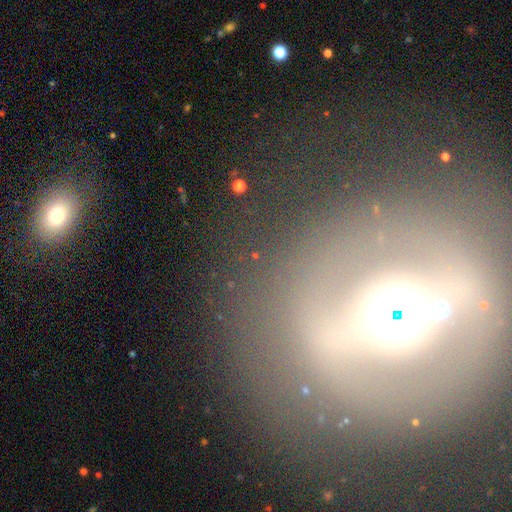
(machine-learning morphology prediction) smooth_or_featured: star or artifact (p=0.58) [alt: smooth p=0.30]